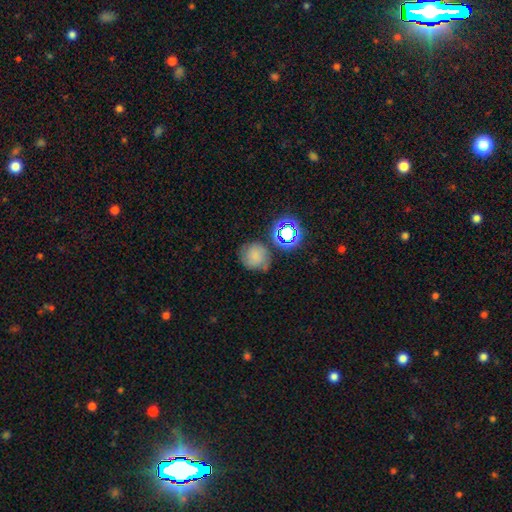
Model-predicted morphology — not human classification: This is likely a smooth galaxy (69%). How rounded: clearly round (86%). Merging: likely none (65%).